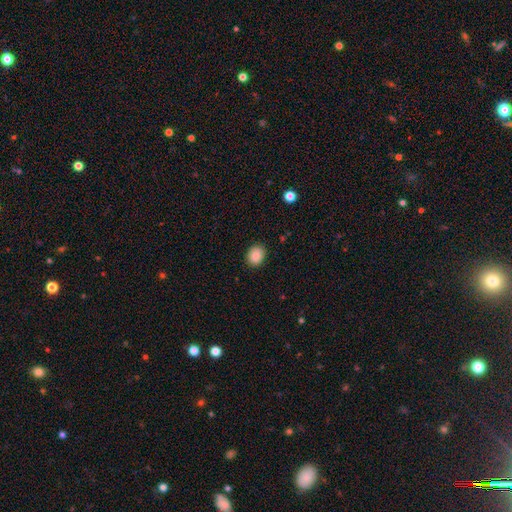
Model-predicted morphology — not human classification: A smooth galaxy with no disk features (87%) that is round (60%).

Vote fractions:
- Smooth or featured? smooth: 87% / star or artifact: 9% / featured or disk: 5%
- How rounded? round: 60% / in between: 39% / cigar-shaped: 1%
- Merging? none: 89% / minor disturbance: 8% / major disturbance: 2% / merger: 1%